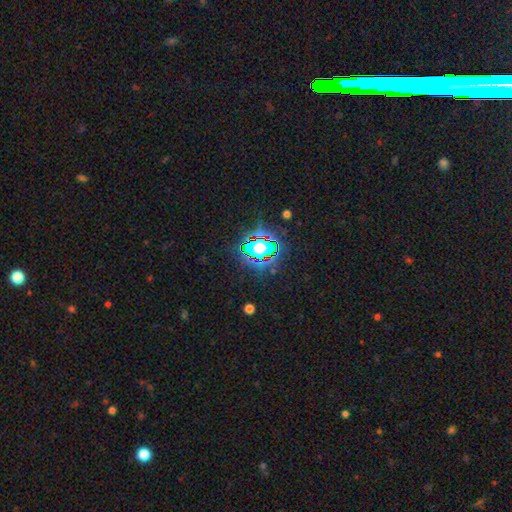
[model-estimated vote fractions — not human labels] This is likely a star or artifact rather than a galaxy (75%).